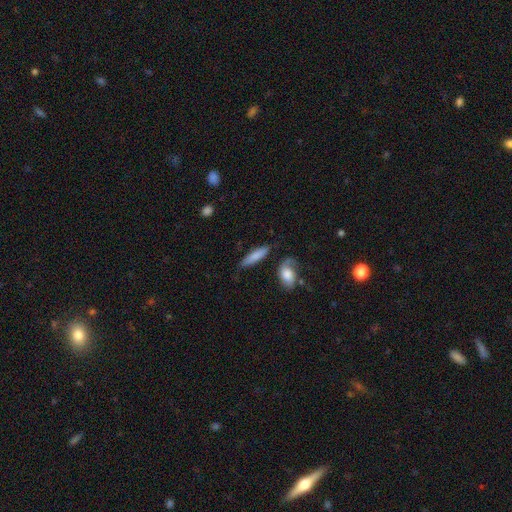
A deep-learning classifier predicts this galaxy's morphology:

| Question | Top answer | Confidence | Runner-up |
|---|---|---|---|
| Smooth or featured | smooth | 76% | featured or disk (18%) |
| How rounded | cigar-shaped | 69% | in between (28%) |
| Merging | none | 73% | minor disturbance (15%) |